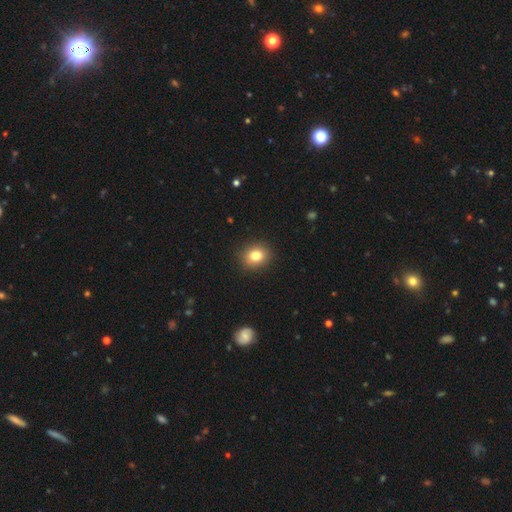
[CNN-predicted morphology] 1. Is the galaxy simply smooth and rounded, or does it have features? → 81% smooth, 11% star or artifact, 8% featured or disk.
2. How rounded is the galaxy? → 69% round, 30% in between, 1% cigar-shaped.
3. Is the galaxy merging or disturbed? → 90% none, 7% minor disturbance, 2% major disturbance, 1% merger.